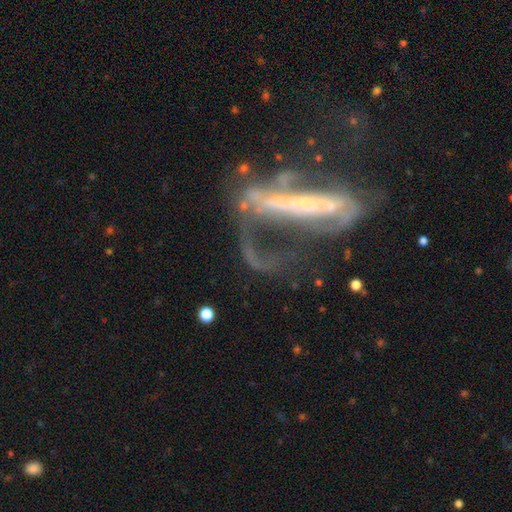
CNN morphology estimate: Smooth or featured: featured or disk — 74% (smooth — 16%)
Edge-on disk: no — 68% (yes — 32%)
Bar: strong — 55% (no — 27%)
Spiral arms: yes — 60% (no — 40%)
Bulge size: small — 46% (none — 30%)
Merging: major disturbance — 50% (none — 24%)